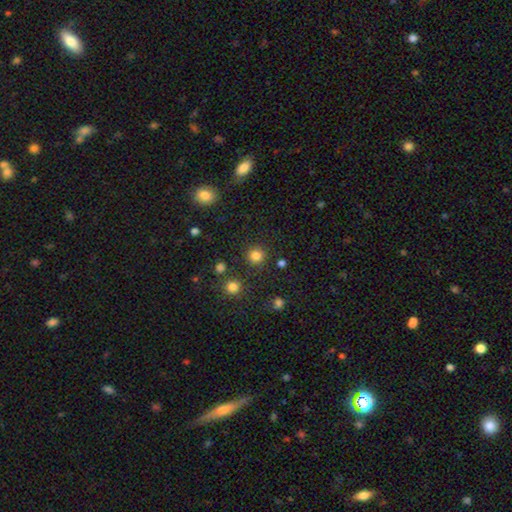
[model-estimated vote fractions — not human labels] smooth 82%, star or artifact 14%, featured or disk 4%. Down the decision tree: how rounded — round (93%); merging — none (87%).